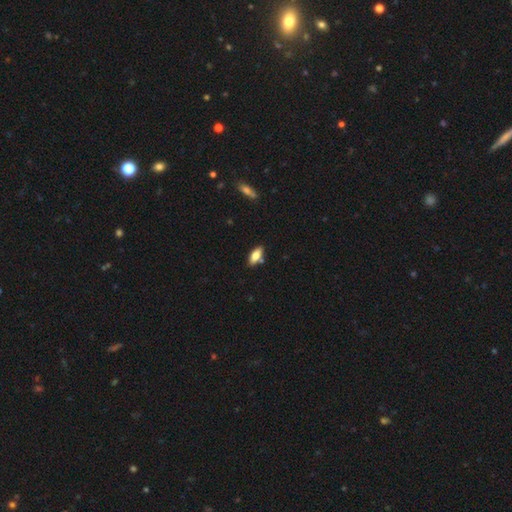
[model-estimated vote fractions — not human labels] Morphology: type=smooth (76%); roundness=in between (82%); merging=none (78%).